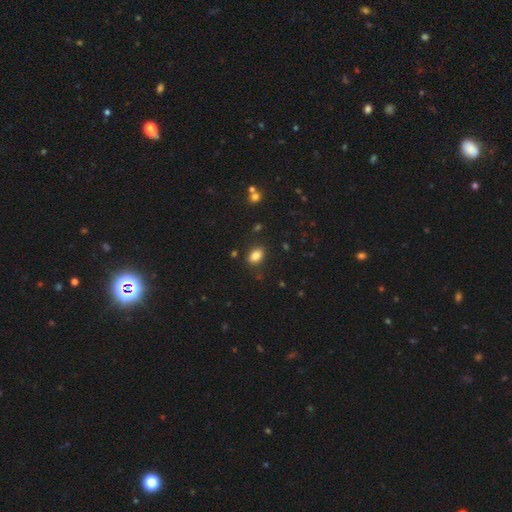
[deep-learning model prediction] The model was most divided on "how rounded": in between: 85%, round: 14%, cigar-shaped: 1%. More confident: smooth or featured — smooth (86%); merging — none (84%).